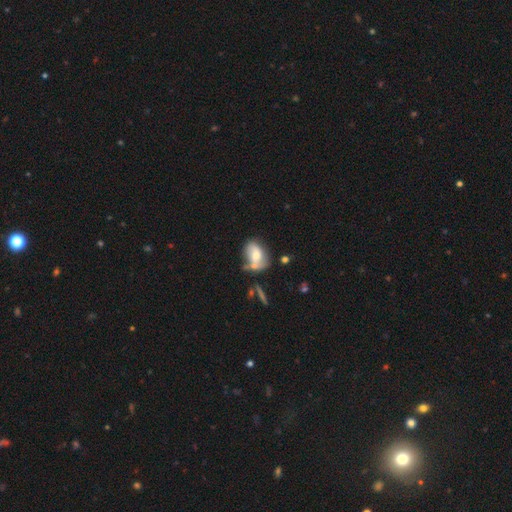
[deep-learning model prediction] This appears to be a smooth galaxy with no disk features (59%) that is in between round and cigar-shaped (79%). Merging: none (40%).